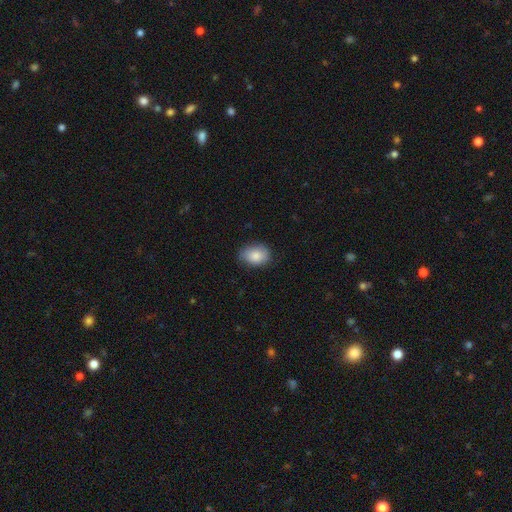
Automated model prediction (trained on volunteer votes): Smooth or featured? Predicted: smooth (p=0.86). How rounded? Predicted: in between (p=0.72). Merging? Predicted: none (p=0.77).